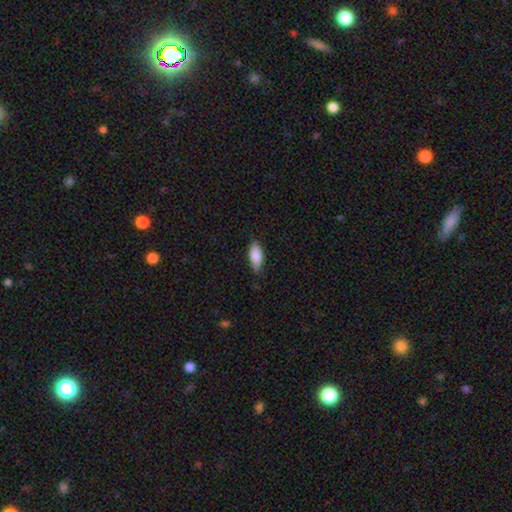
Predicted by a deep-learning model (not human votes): Overall: smooth (86%). How rounded: in between (82%). Merging: none (76%).